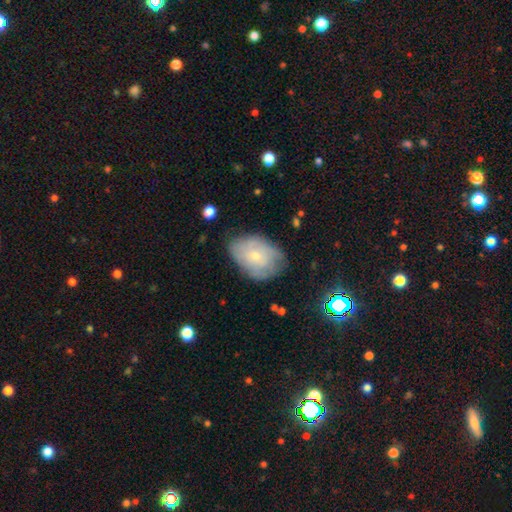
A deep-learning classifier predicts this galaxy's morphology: Q: Smooth or featured?
A: smooth (55%); runner-up: featured or disk (36%)
Q: How rounded?
A: in between (79%); runner-up: round (19%)
Q: Merging?
A: none (65%); runner-up: minor disturbance (25%)